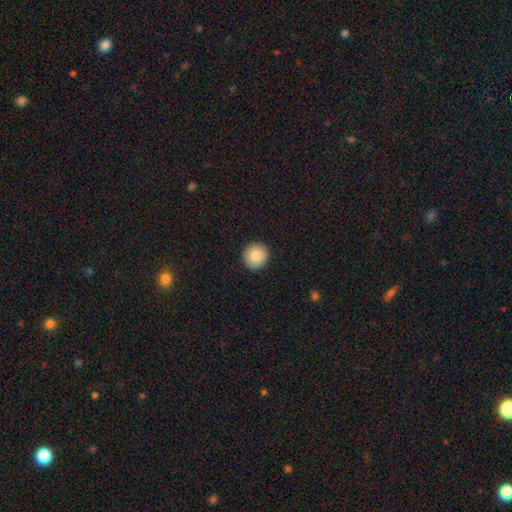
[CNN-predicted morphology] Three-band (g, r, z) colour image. It shows a smooth galaxy with no disk features (84%) that is round (93%). Merging: none (92%).